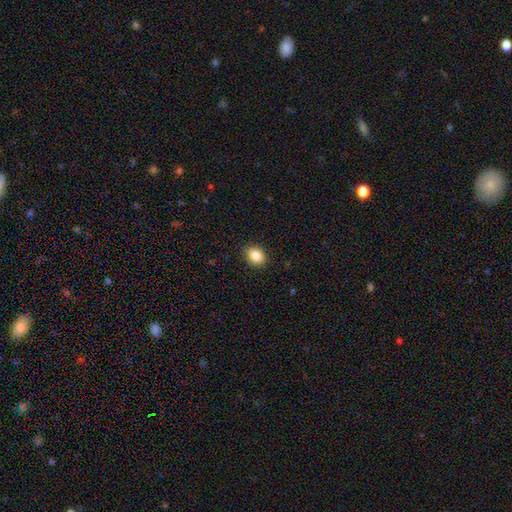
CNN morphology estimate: Overall: smooth (86%). How rounded: in between (52%; round 47%). Merging: none (89%).